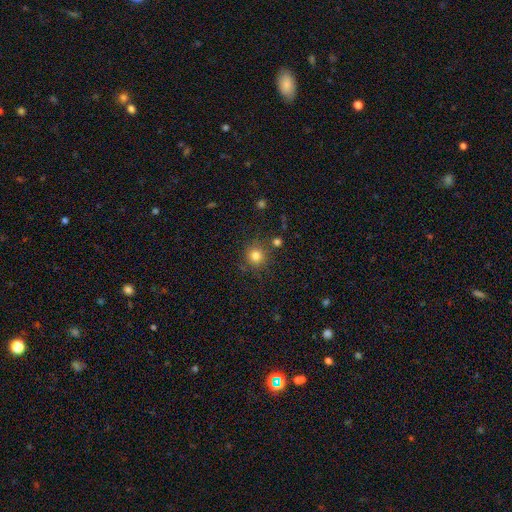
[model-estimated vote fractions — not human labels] Smooth or featured? Predicted: smooth (p=0.81). How rounded? Predicted: round (p=0.92). Merging? Predicted: none (p=0.81).